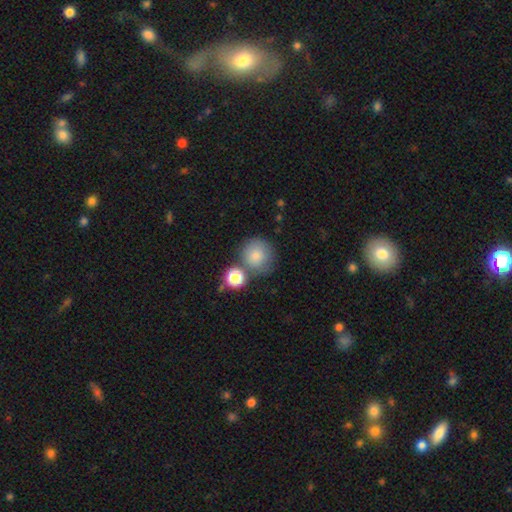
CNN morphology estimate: The model was most divided on "merging": none: 63%, merger: 18%, minor disturbance: 14%, major disturbance: 6%. More confident: how rounded — round (91%); smooth or featured — smooth (81%).